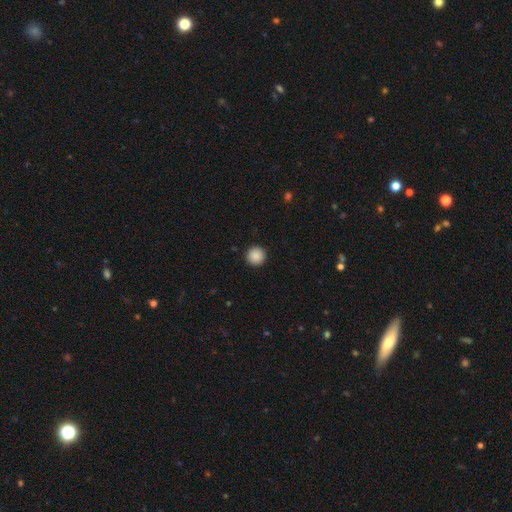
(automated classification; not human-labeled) Smooth or featured: smooth — 89% (star or artifact — 9%)
How rounded: round — 96% (in between — 3%)
Merging: none — 93% (minor disturbance — 4%)